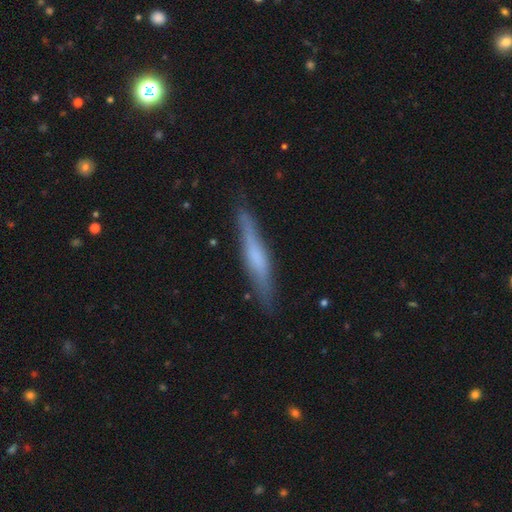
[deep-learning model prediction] featured or disk 50%, smooth 43%, star or artifact 7%. Down the decision tree: edge-on disk — yes (93%); merging — none (83%).